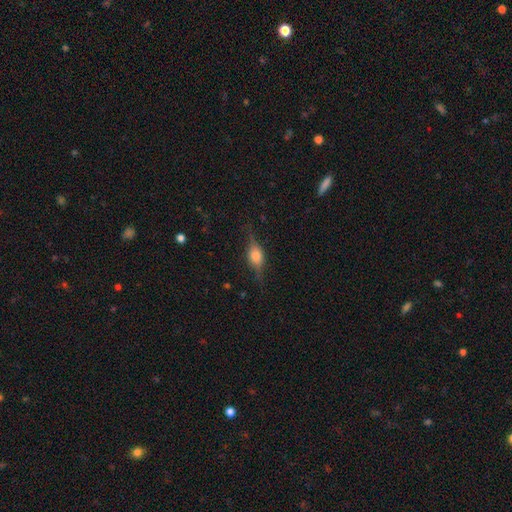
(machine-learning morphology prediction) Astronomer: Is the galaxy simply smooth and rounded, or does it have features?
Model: featured or disk — 66%.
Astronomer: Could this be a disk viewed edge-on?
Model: yes — 95%.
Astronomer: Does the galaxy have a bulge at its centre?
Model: rounded — 89%.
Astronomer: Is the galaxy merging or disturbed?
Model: none — 78%.